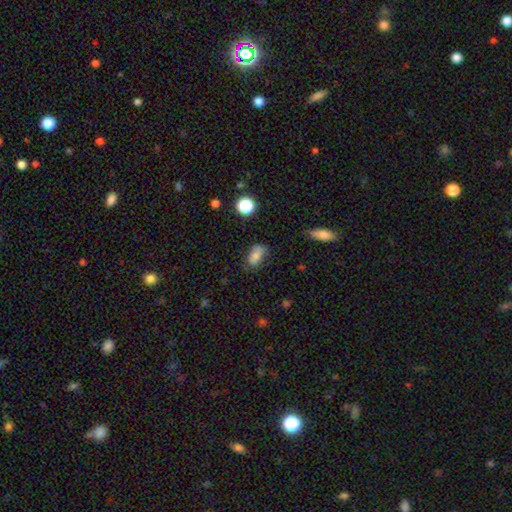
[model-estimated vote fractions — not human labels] This is likely a smooth galaxy (79%). How rounded: clearly in between (88%). Merging: likely none (61%).